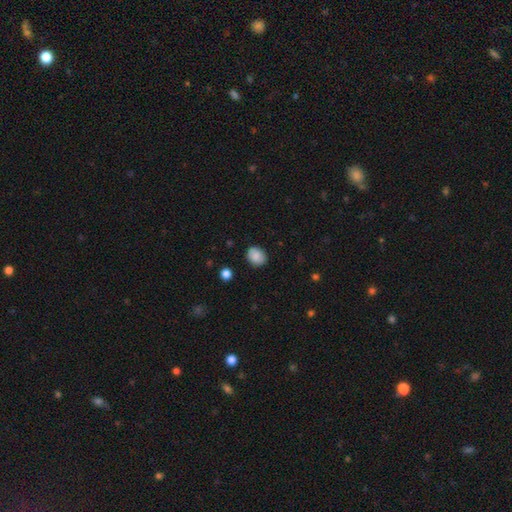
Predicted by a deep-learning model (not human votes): smooth_or_featured: smooth (p=0.86) [alt: star or artifact p=0.08]
how_rounded: round (p=0.60) [alt: in between p=0.39]
merging: none (p=0.87) [alt: minor disturbance p=0.10]